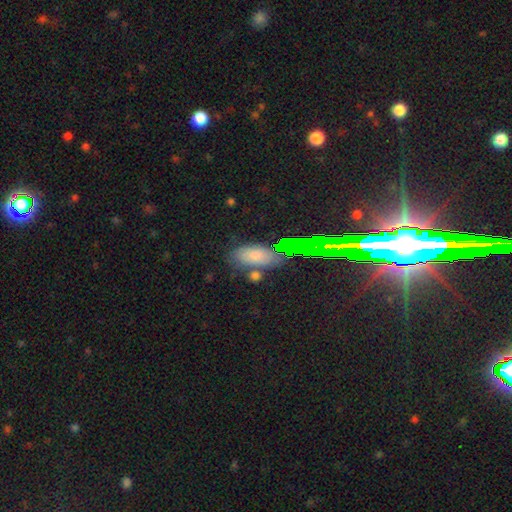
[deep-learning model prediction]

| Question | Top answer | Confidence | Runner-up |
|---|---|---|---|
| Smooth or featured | smooth | 69% | star or artifact (21%) |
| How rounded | in between | 84% | cigar-shaped (9%) |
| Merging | none | 71% | minor disturbance (15%) |